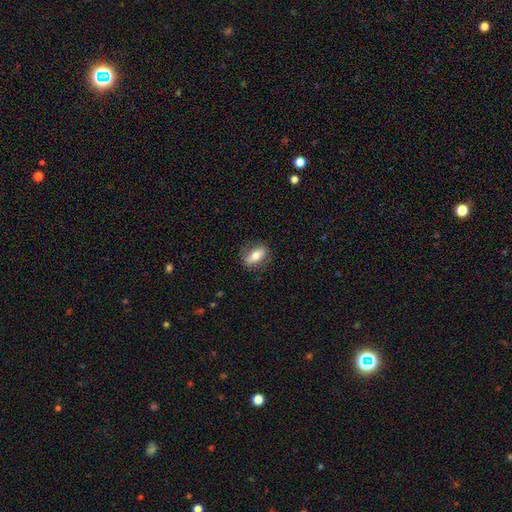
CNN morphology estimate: Q: Smooth or featured?
A: smooth (64%); runner-up: featured or disk (29%)
Q: How rounded?
A: in between (79%); runner-up: cigar-shaped (12%)
Q: Merging?
A: none (81%); runner-up: minor disturbance (14%)